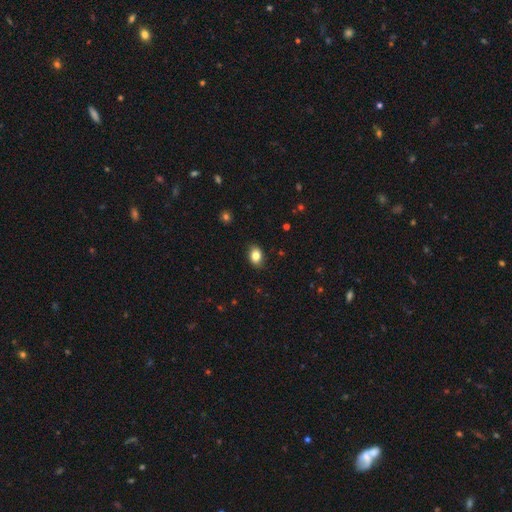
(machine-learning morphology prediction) Smooth or featured? smooth (83%)
How rounded? in between (78%)
Merging? none (86%)